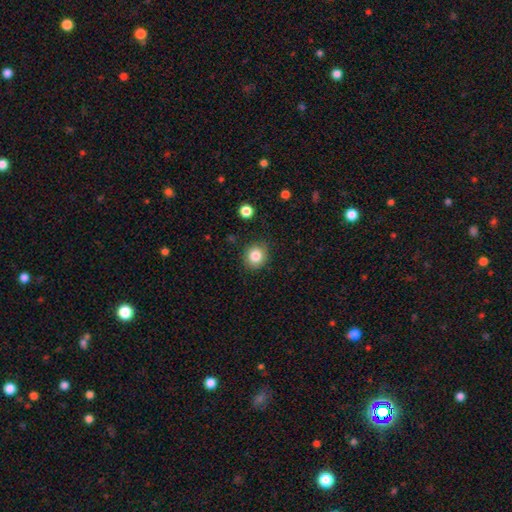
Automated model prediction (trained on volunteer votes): smooth 83%, star or artifact 11%, featured or disk 7%. Down the decision tree: how rounded — round (82%); merging — none (87%).